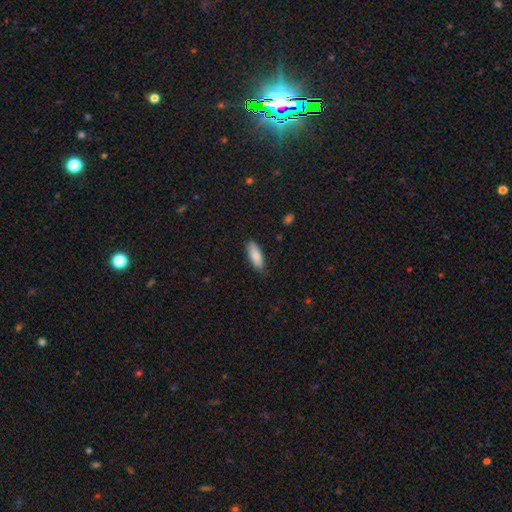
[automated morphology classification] Q: Smooth or featured?
A: smooth (86%); runner-up: featured or disk (8%)
Q: How rounded?
A: in between (69%); runner-up: cigar-shaped (30%)
Q: Merging?
A: none (83%); runner-up: minor disturbance (13%)